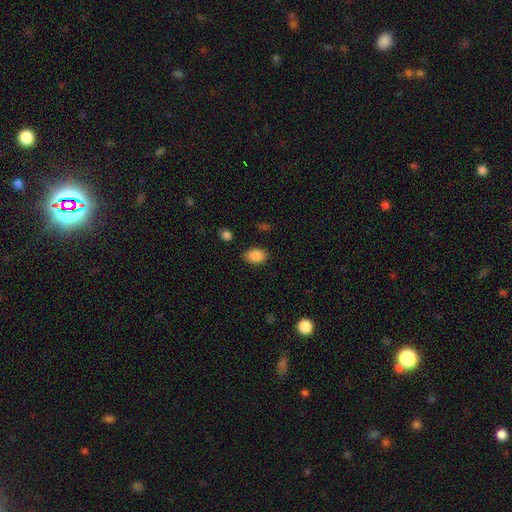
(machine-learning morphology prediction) A smooth galaxy with no disk features (89%) that is in between round and cigar-shaped (81%). Merging: none (85%).